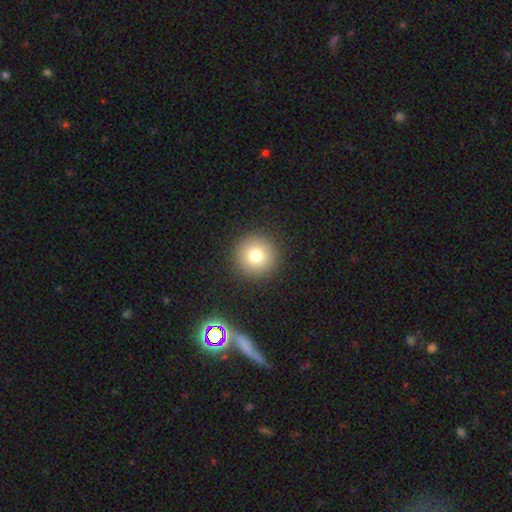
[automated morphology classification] This appears to be a smooth galaxy with no disk features (78%) that is round (96%). Merging: none (92%).